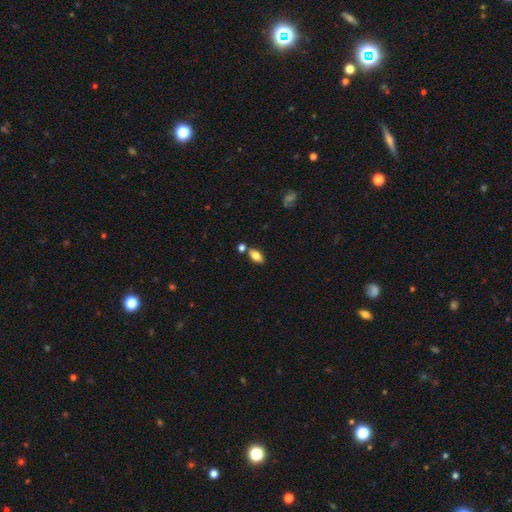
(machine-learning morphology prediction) smooth 76%, featured or disk 16%, star or artifact 8%. Down the decision tree: how rounded — in between (89%); merging — none (74%).